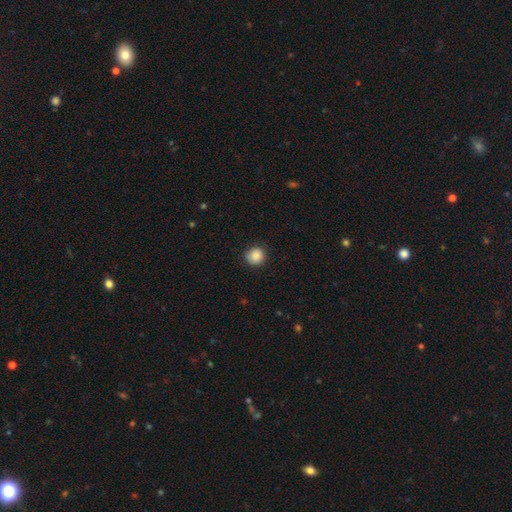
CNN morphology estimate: Smooth or featured: smooth — 87% (star or artifact — 9%)
How rounded: round — 91% (in between — 8%)
Merging: none — 87% (minor disturbance — 10%)